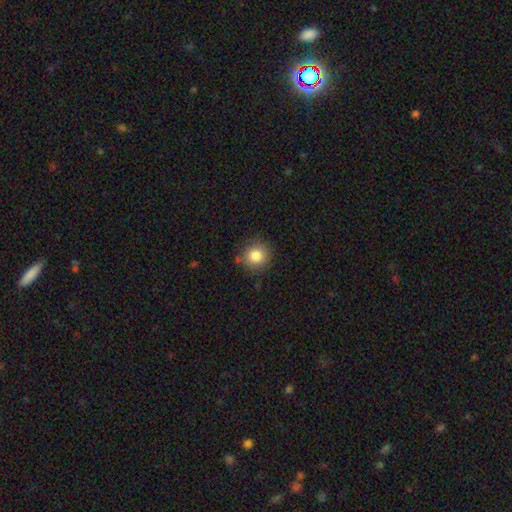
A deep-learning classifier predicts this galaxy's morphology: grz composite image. It shows a smooth galaxy with no disk features (83%) that is round (92%). Merging: none (84%).